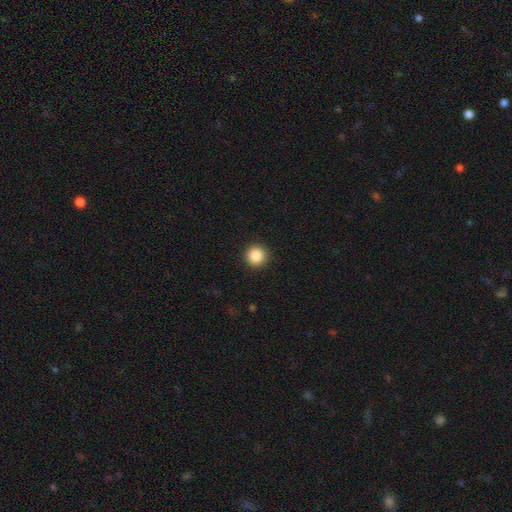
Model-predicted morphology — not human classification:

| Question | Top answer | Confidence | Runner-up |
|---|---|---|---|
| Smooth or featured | smooth | 87% | star or artifact (10%) |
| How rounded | round | 95% | in between (4%) |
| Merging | none | 93% | minor disturbance (5%) |